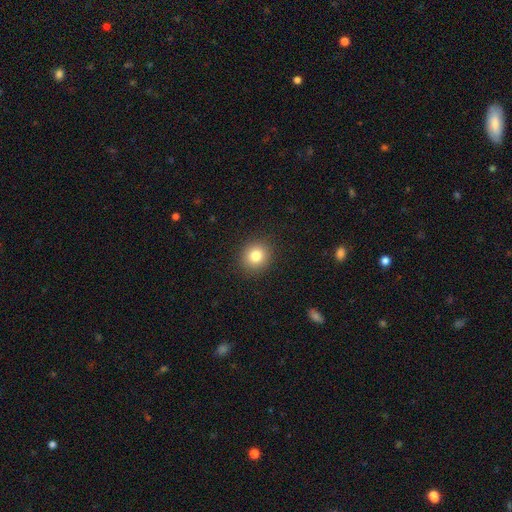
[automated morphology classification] smooth-or-featured: smooth: 82% | star or artifact: 11% | featured or disk: 7%
  how-rounded: round: 84% | in between: 15% | cigar-shaped: 1%
  merging: none: 91% | minor disturbance: 6% | major disturbance: 2% | merger: 1%